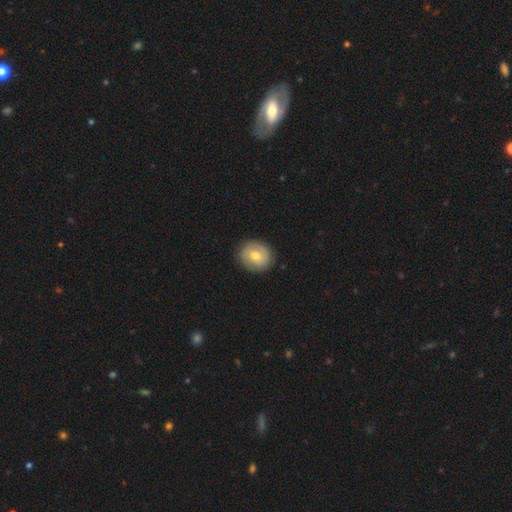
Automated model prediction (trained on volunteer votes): Q: Smooth or featured?
A: smooth (61%); runner-up: featured or disk (31%)
Q: How rounded?
A: round (80%); runner-up: in between (19%)
Q: Merging?
A: none (88%); runner-up: minor disturbance (9%)